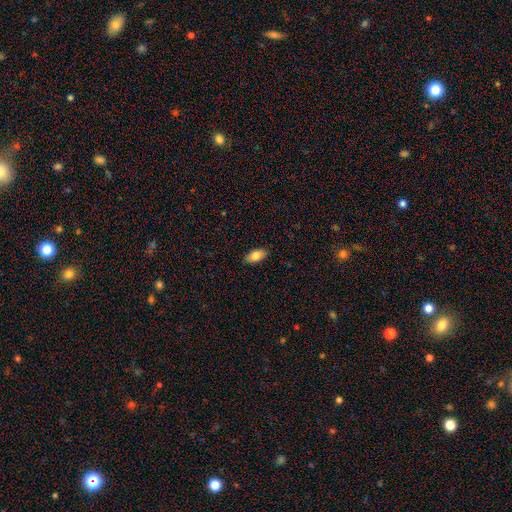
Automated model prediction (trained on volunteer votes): Q: Smooth or featured?
A: smooth (83%); runner-up: featured or disk (10%)
Q: How rounded?
A: in between (91%); runner-up: cigar-shaped (5%)
Q: Merging?
A: none (87%); runner-up: minor disturbance (10%)